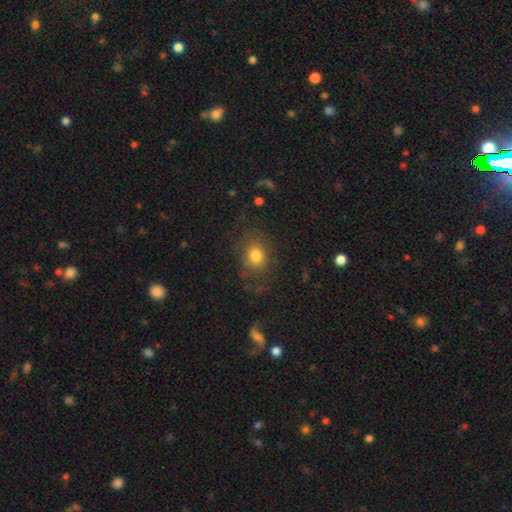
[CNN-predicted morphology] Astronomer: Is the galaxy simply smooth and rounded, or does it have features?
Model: smooth — 76%.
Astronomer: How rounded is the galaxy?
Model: round — 55% (runner-up: in between, 44%).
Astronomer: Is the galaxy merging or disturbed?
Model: none — 71%.